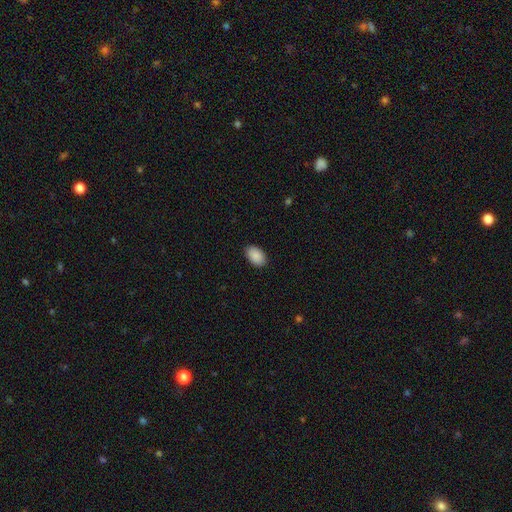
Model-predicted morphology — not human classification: Smooth or featured: smooth — 91% (star or artifact — 6%)
How rounded: in between — 93% (round — 6%)
Merging: none — 89% (minor disturbance — 8%)